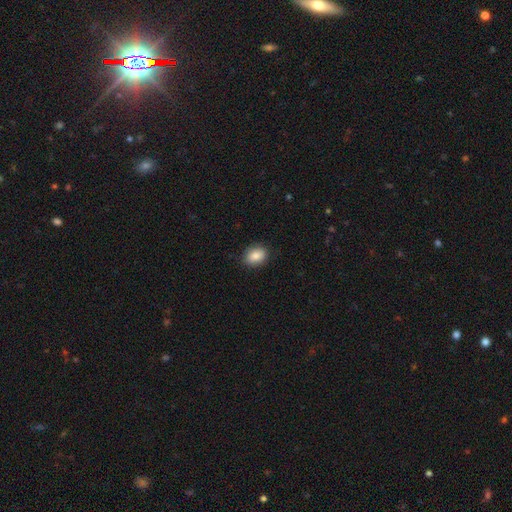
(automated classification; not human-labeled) smooth_or_featured: smooth (p=0.85) [alt: star or artifact p=0.08]
how_rounded: in between (p=0.68) [alt: round p=0.31]
merging: none (p=0.87) [alt: minor disturbance p=0.10]